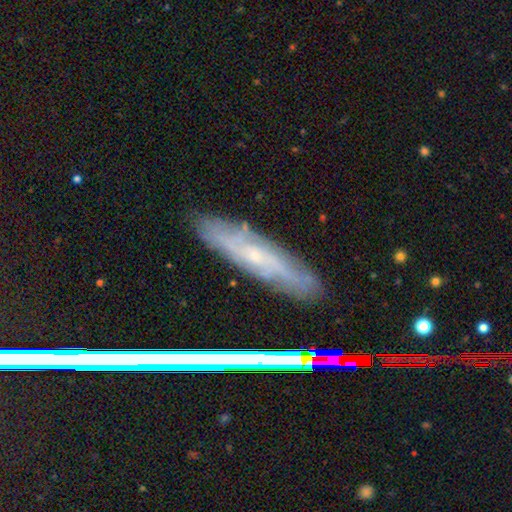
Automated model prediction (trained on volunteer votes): A featured or disk galaxy (64%). Merging: none (82%).